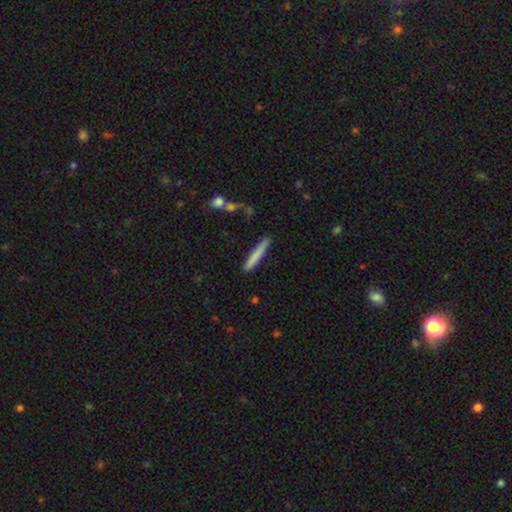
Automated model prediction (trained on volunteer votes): Smooth or featured: smooth — 78% (featured or disk — 16%)
How rounded: cigar-shaped — 95% (in between — 4%)
Merging: none — 86% (minor disturbance — 9%)